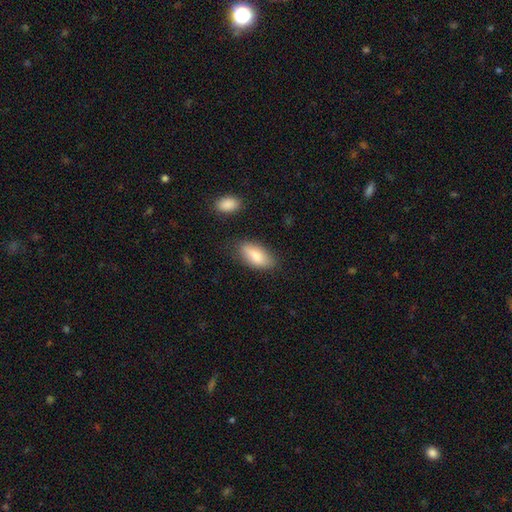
smooth 82%, featured or disk 13%, star or artifact 5%. Down the decision tree: how rounded — in between (90%); merging — none (61%).